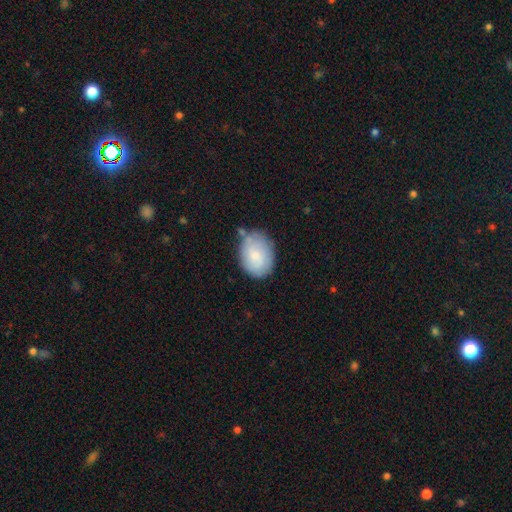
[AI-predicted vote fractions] This appears to be a smooth galaxy with no disk features (71%) that is in between round and cigar-shaped (73%). Merging: none (66%).